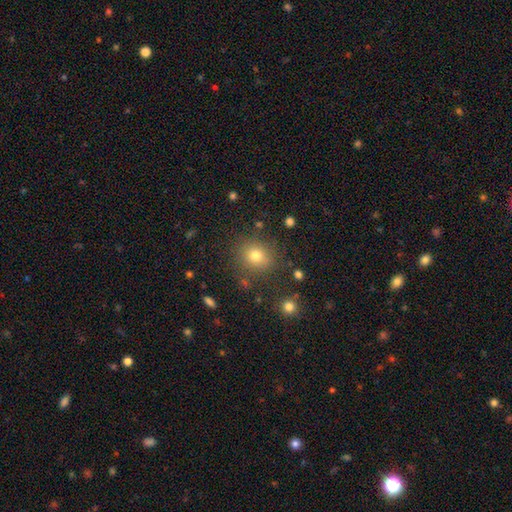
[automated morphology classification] A smooth galaxy with no disk features (75%) that is round (85%). Merging: none (84%).